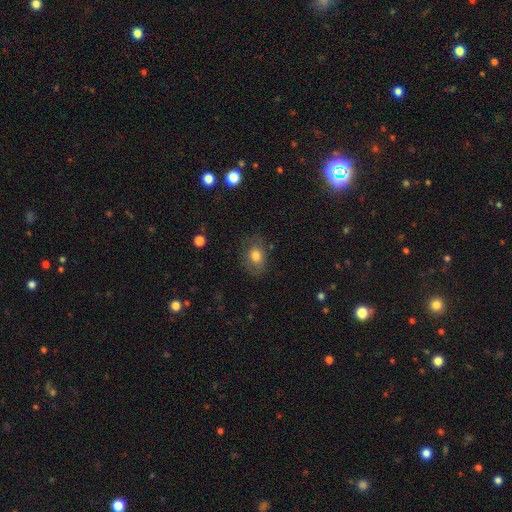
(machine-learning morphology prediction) smooth_or_featured: smooth (p=0.69) [alt: featured or disk p=0.20]
how_rounded: in between (p=0.63) [alt: round p=0.36]
merging: none (p=0.71) [alt: minor disturbance p=0.19]